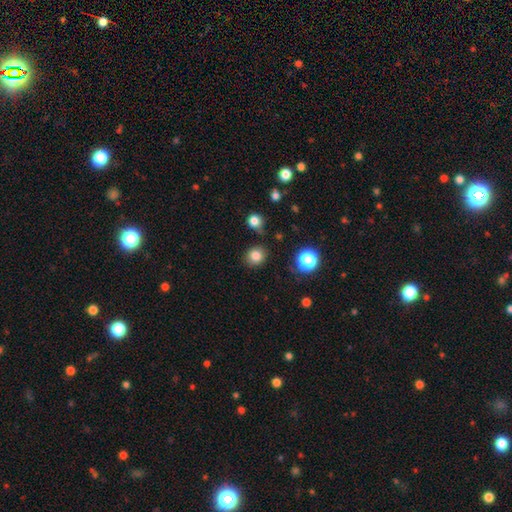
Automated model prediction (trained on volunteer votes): This appears to be a smooth galaxy with no disk features (81%) that is round (82%). Merging: none (82%).